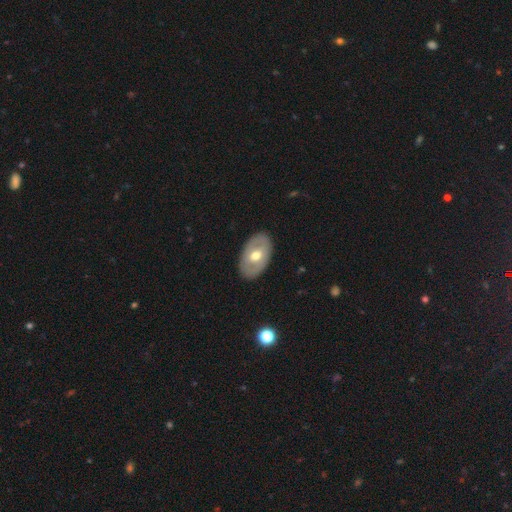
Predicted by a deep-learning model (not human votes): A smooth galaxy with no disk features (48%).

Vote fractions:
- Smooth or featured? smooth: 48% / featured or disk: 47% / star or artifact: 5%
- Merging? none: 87% / minor disturbance: 9% / major disturbance: 3% / merger: 1%